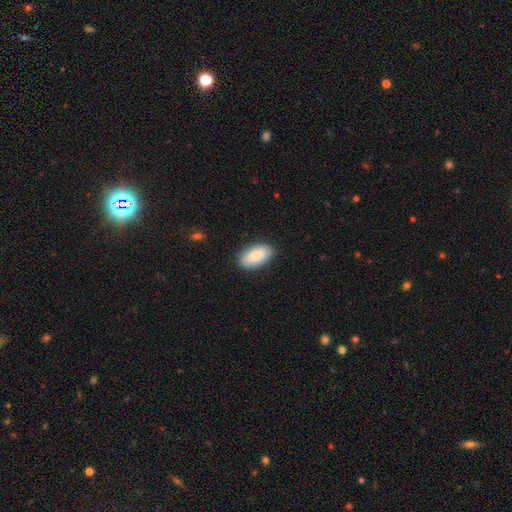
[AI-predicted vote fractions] Smooth or featured?
  - smooth: 86% *
  - featured or disk: 8%
  - star or artifact: 6%
How rounded?
  - in between: 94% *
  - cigar-shaped: 3%
  - round: 3%
Merging?
  - none: 88% *
  - minor disturbance: 9%
  - major disturbance: 2%
  - merger: 1%